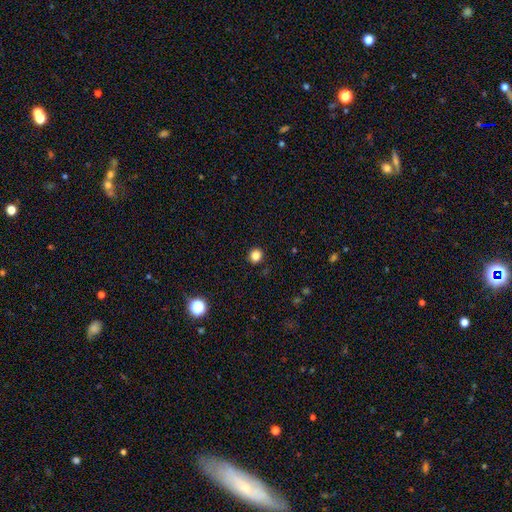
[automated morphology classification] Smooth or featured? smooth (83%)
How rounded? round (88%)
Merging? none (91%)